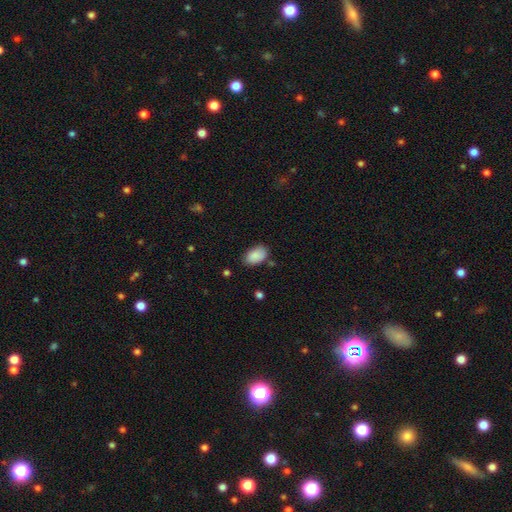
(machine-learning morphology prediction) Smooth or featured? smooth (88%)
How rounded? in between (92%)
Merging? none (78%)